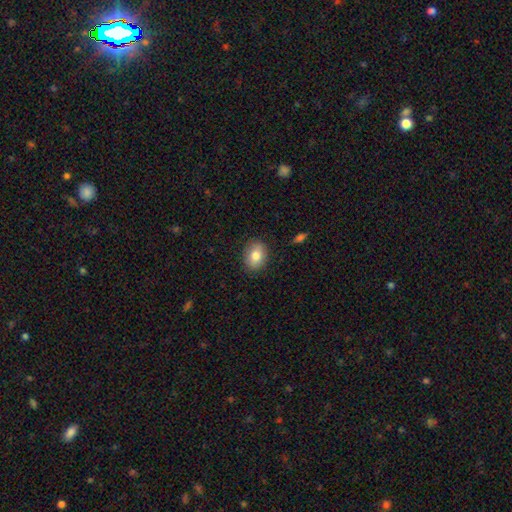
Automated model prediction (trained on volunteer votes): A smooth galaxy with no disk features (81%) that is in between round and cigar-shaped (68%). Merging: none (87%).